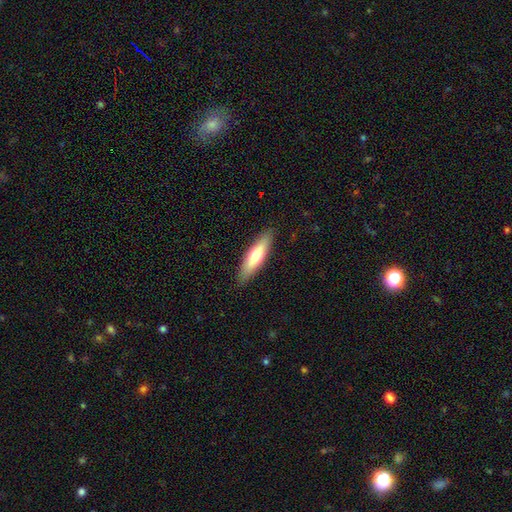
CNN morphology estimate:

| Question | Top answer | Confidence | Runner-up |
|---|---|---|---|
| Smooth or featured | smooth | 65% | featured or disk (29%) |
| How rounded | cigar-shaped | 69% | in between (29%) |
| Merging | none | 89% | minor disturbance (8%) |